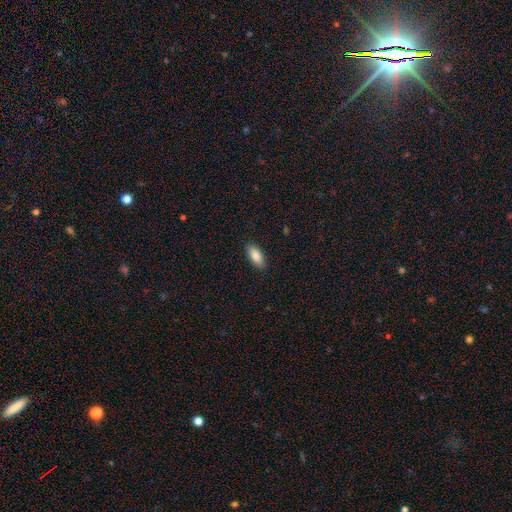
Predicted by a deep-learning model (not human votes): smooth_or_featured: smooth (p=0.87) [alt: featured or disk p=0.07]
how_rounded: in between (p=0.86) [alt: cigar-shaped p=0.12]
merging: none (p=0.87) [alt: minor disturbance p=0.10]